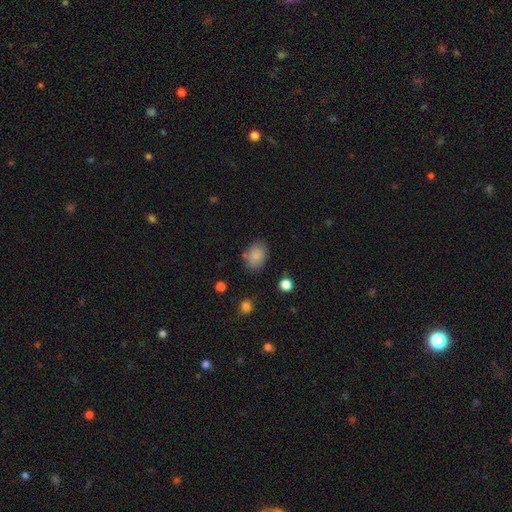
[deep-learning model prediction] Smooth or featured?
  - smooth: 86% *
  - star or artifact: 8%
  - featured or disk: 6%
How rounded?
  - in between: 76% *
  - round: 23%
  - cigar-shaped: 1%
Merging?
  - none: 78% *
  - minor disturbance: 14%
  - merger: 4%
  - major disturbance: 4%